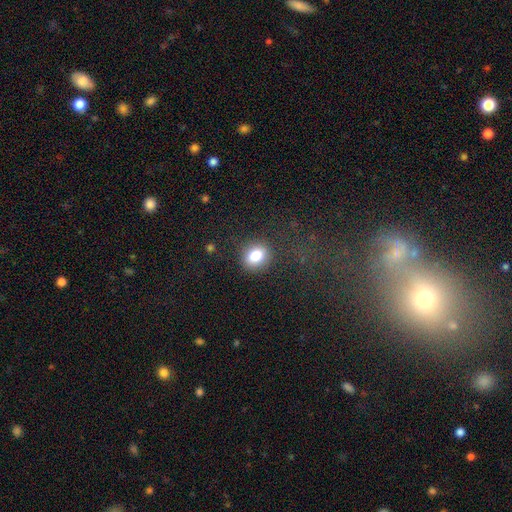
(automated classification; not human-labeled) smooth-or-featured: smooth: 81% | star or artifact: 11% | featured or disk: 8%
  how-rounded: round: 54% | in between: 45% | cigar-shaped: 1%
  merging: none: 85% | minor disturbance: 10% | major disturbance: 4% | merger: 1%